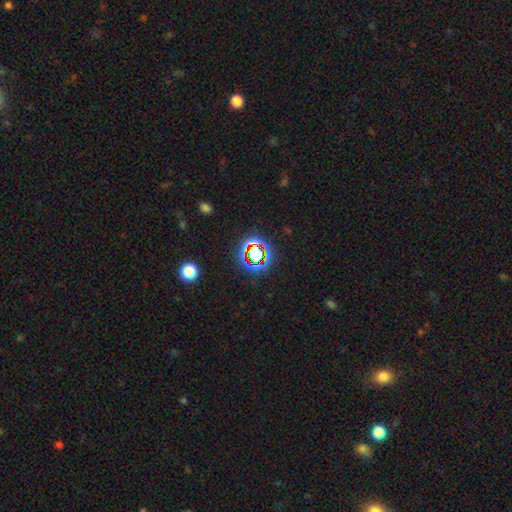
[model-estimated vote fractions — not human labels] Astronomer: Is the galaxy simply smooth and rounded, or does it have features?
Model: star or artifact — 72%.